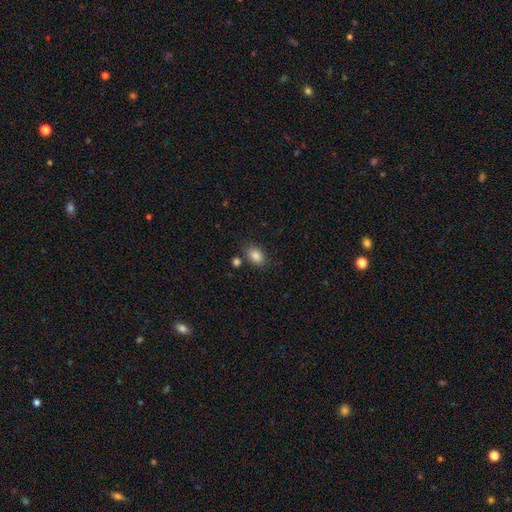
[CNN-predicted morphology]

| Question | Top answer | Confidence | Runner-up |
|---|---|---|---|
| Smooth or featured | smooth | 86% | star or artifact (9%) |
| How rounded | in between | 84% | round (15%) |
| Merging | none | 77% | minor disturbance (13%) |